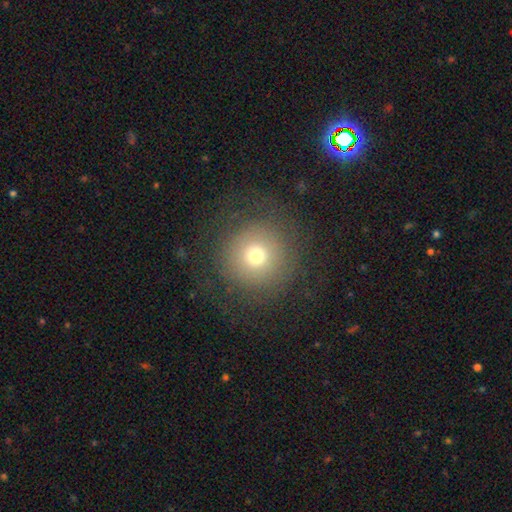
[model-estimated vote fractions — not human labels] Smooth or featured? smooth (68%)
How rounded? round (95%)
Merging? none (80%)